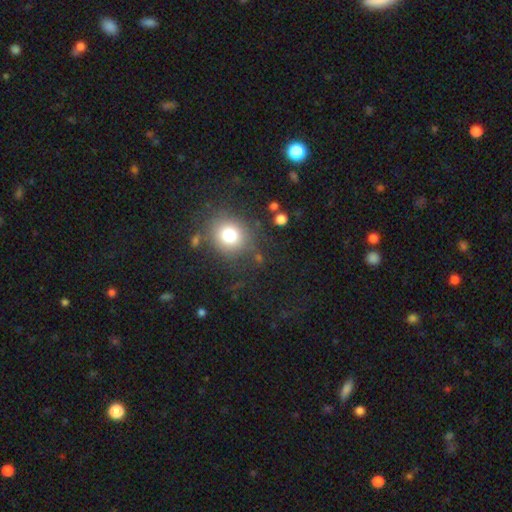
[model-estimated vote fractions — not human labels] smooth_or_featured: smooth (p=0.71) [alt: star or artifact p=0.20]
how_rounded: round (p=0.85) [alt: in between p=0.14]
merging: none (p=0.83) [alt: minor disturbance p=0.10]